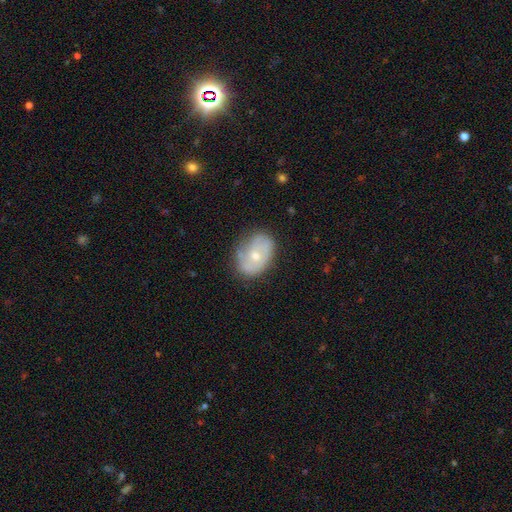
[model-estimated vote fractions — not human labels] Smooth or featured? featured or disk (49%)
Merging? none (62%)